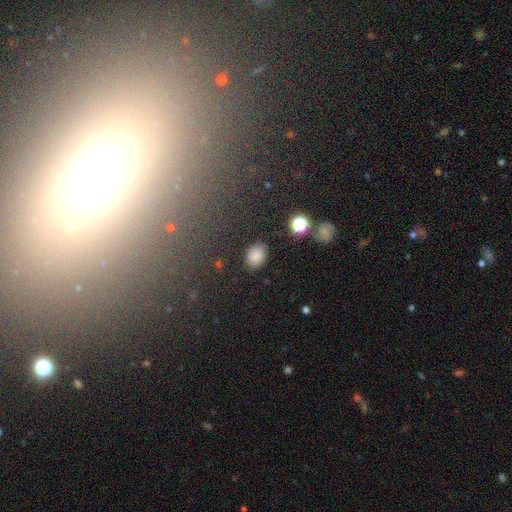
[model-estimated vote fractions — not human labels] A smooth galaxy with no disk features (84%) that is in between round and cigar-shaped (70%).

Vote fractions:
- Smooth or featured? smooth: 84% / star or artifact: 10% / featured or disk: 5%
- How rounded? in between: 70% / round: 29% / cigar-shaped: 1%
- Merging? none: 83% / minor disturbance: 12% / major disturbance: 3% / merger: 2%